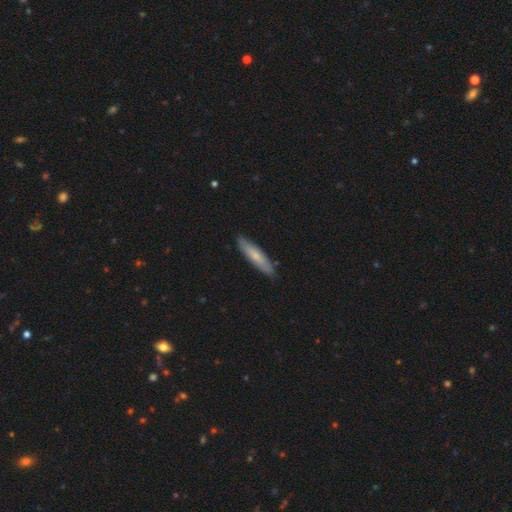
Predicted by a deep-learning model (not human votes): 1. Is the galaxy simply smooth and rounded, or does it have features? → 67% smooth, 27% featured or disk, 5% star or artifact.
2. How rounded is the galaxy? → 83% cigar-shaped, 16% in between, 1% round.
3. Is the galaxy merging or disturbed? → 87% none, 10% minor disturbance, 2% major disturbance, 1% merger.